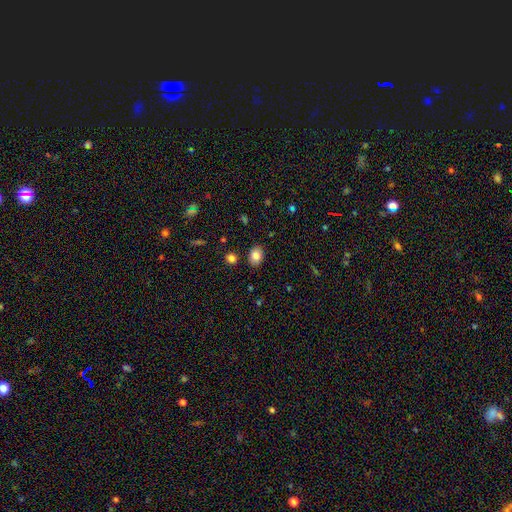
Volunteers were most divided on "how rounded": in between: 57%, round: 43%, cigar-shaped: 0%. More confident: smooth or featured — smooth (95%); merging — none (89%).